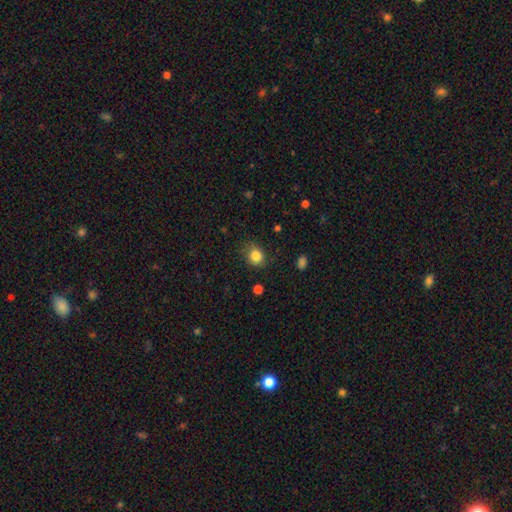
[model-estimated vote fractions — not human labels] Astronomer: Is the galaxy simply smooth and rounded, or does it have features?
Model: smooth — 84%.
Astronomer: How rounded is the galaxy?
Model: round — 61% (runner-up: in between, 38%).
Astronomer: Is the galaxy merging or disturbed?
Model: none — 72%.